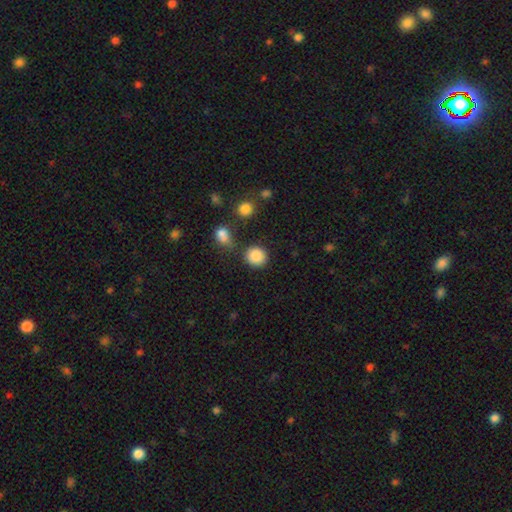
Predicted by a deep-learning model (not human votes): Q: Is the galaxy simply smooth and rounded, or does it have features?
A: smooth — 87%.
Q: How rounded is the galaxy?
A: round — 86%.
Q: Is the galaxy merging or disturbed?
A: none — 76%.